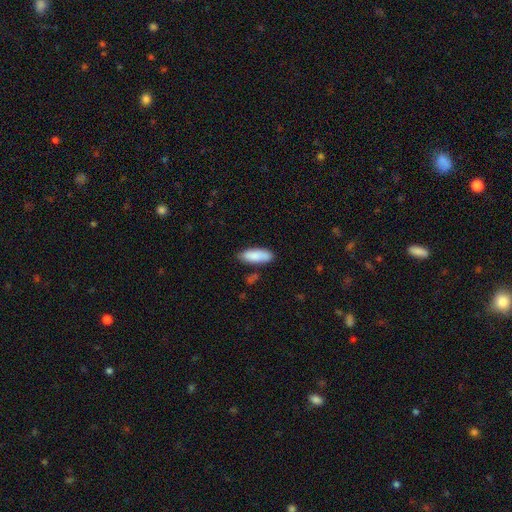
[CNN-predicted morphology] A smooth galaxy with no disk features (86%) that is in between round and cigar-shaped (71%).

Vote fractions:
- Smooth or featured? smooth: 86% / featured or disk: 8% / star or artifact: 6%
- How rounded? in between: 71% / cigar-shaped: 27% / round: 2%
- Merging? none: 77% / minor disturbance: 16% / merger: 3% / major disturbance: 3%